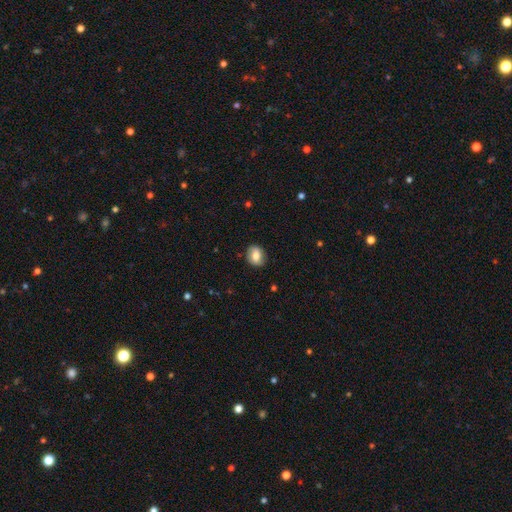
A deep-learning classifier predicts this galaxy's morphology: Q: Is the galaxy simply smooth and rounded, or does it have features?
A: smooth — 69%.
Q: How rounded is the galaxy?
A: round — 50%.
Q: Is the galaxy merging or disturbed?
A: none — 84%.